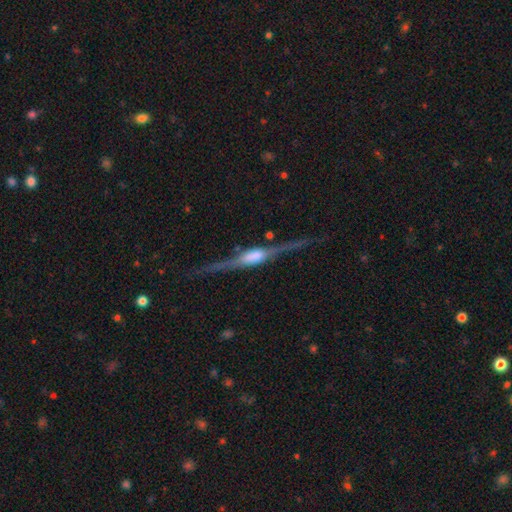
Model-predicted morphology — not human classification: Q: Smooth or featured?
A: featured or disk (85%); runner-up: smooth (10%)
Q: Edge-on disk?
A: yes (97%); runner-up: no (3%)
Q: Edge-on bulge?
A: rounded (70%); runner-up: boxy (24%)
Q: Merging?
A: none (80%); runner-up: minor disturbance (14%)